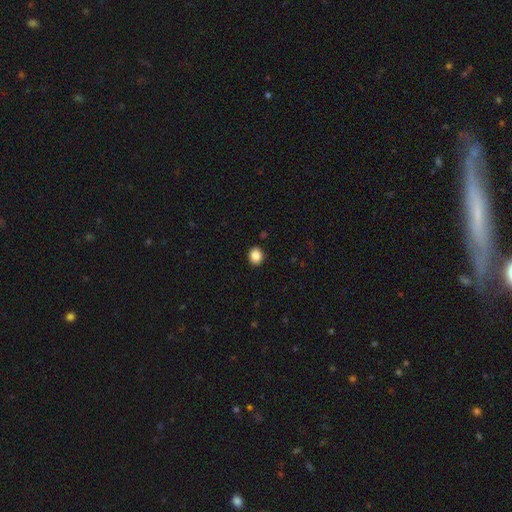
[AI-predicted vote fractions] Smooth or featured? smooth (87%)
How rounded? round (71%)
Merging? none (91%)